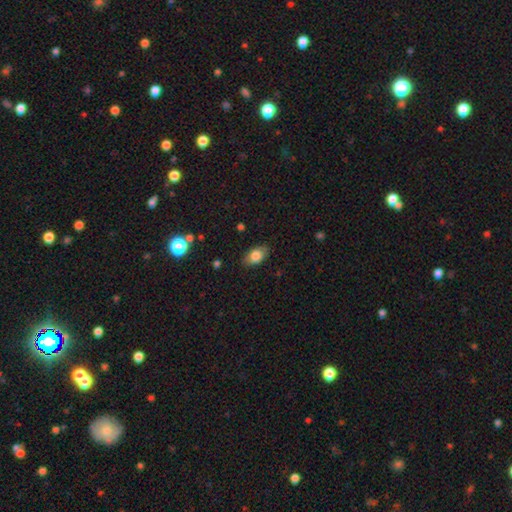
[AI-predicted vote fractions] The model was most divided on "smooth or featured": smooth: 80%, featured or disk: 12%, star or artifact: 8%. More confident: how rounded — in between (89%); merging — none (83%).